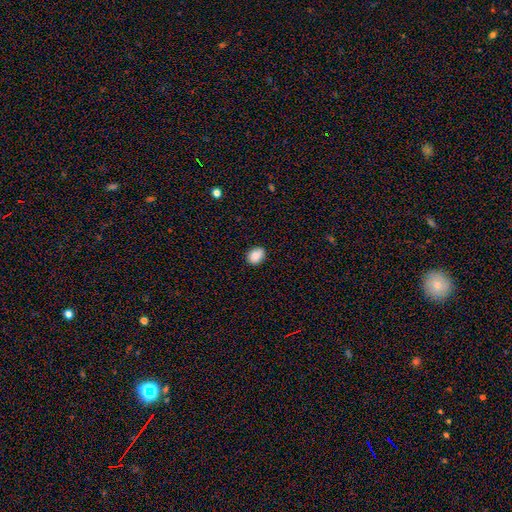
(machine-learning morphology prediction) Smooth or featured? smooth (87%)
How rounded? in between (57%)
Merging? none (84%)